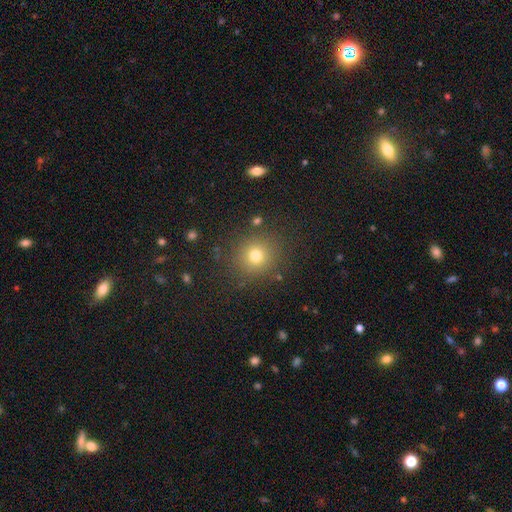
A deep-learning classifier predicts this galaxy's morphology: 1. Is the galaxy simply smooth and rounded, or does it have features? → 74% smooth, 17% star or artifact, 9% featured or disk.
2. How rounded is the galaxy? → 88% round, 11% in between, 1% cigar-shaped.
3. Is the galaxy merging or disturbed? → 85% none, 9% minor disturbance, 4% major disturbance, 2% merger.